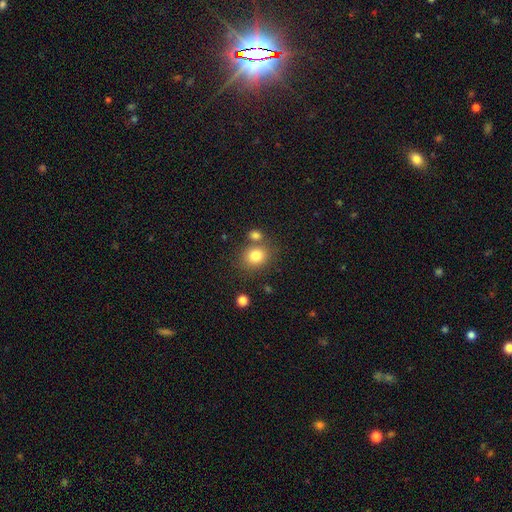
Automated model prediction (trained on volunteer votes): The model was most divided on "how rounded": round: 67%, in between: 32%, cigar-shaped: 1%. More confident: smooth or featured — smooth (81%); merging — none (66%).